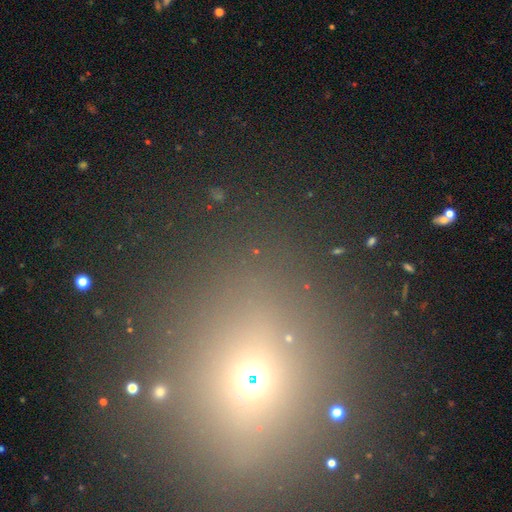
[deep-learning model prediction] A star or artifact, not a galaxy (57%).

Vote fractions:
- Smooth or featured? star or artifact: 57% / smooth: 33% / featured or disk: 10%